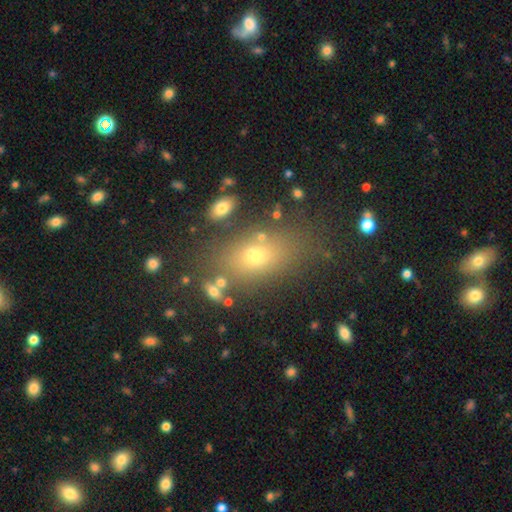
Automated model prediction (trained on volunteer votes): Smooth or featured?
  - smooth: 66% *
  - star or artifact: 18%
  - featured or disk: 17%
How rounded?
  - in between: 78% *
  - round: 17%
  - cigar-shaped: 5%
Merging?
  - none: 71% *
  - minor disturbance: 14%
  - merger: 9%
  - major disturbance: 7%